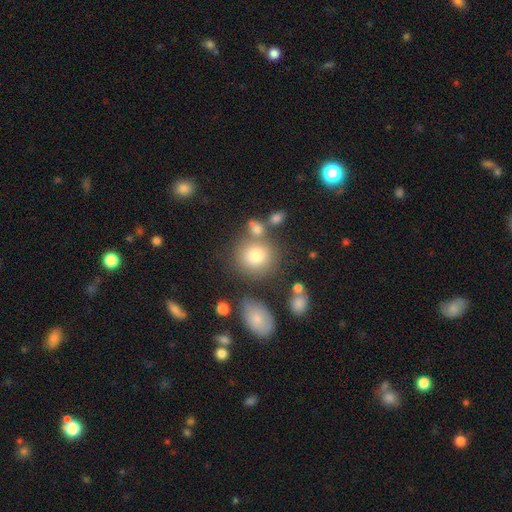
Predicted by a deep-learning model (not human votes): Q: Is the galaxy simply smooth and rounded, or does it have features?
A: smooth — 77%.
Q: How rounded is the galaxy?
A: round — 83%.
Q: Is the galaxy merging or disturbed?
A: none — 66%.